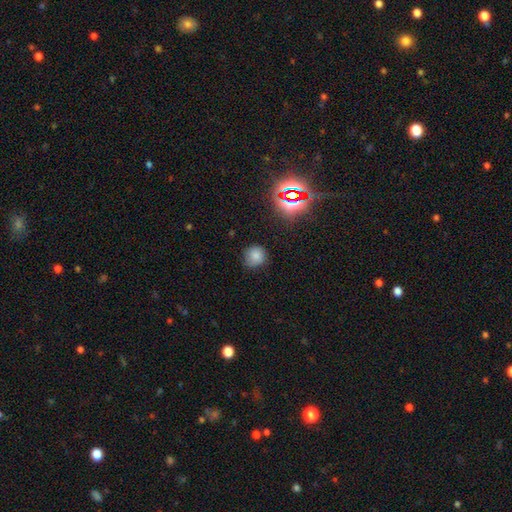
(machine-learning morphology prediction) This appears to be a smooth galaxy with no disk features (76%) that is round (87%). Merging: none (75%).